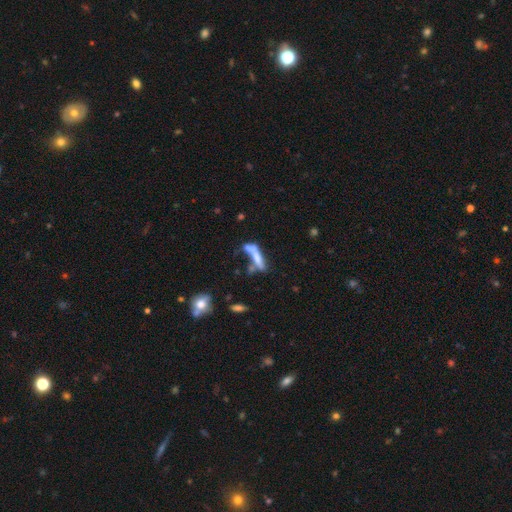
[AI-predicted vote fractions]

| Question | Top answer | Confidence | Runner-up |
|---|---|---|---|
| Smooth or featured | smooth | 54% | featured or disk (35%) |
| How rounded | cigar-shaped | 72% | in between (26%) |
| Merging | merger | 39% | none (26%) |